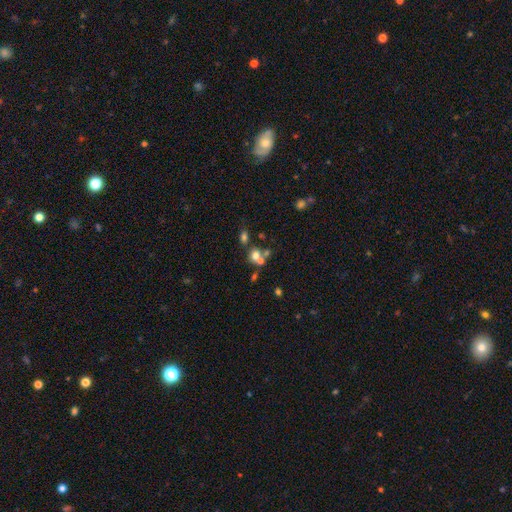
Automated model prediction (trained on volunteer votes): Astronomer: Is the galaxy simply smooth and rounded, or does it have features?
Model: smooth — 64%.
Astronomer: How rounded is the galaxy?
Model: round — 70%.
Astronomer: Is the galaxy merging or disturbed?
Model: merger — 47% (runner-up: none, 39%).